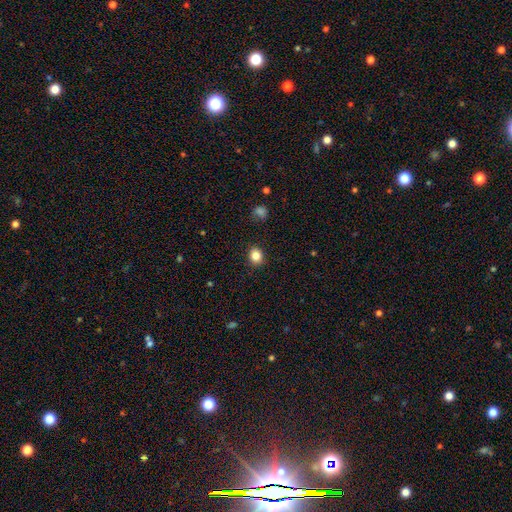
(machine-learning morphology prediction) A smooth galaxy with no disk features (84%) that is round (65%). Merging: none (90%).